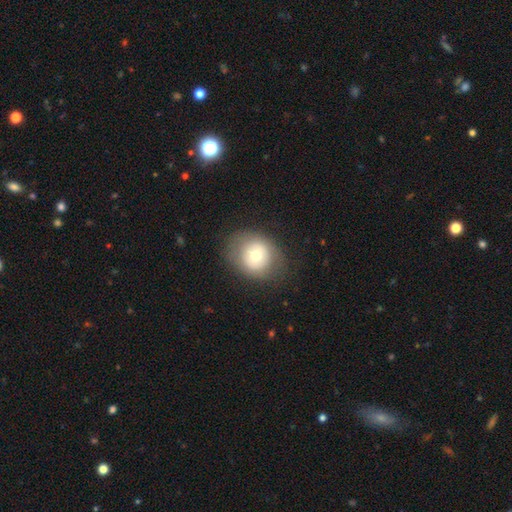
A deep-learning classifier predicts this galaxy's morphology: smooth-or-featured: smooth: 59% | featured or disk: 32% | star or artifact: 9%
  how-rounded: round: 75% | in between: 24% | cigar-shaped: 1%
  merging: none: 76% | minor disturbance: 14% | major disturbance: 8% | merger: 1%